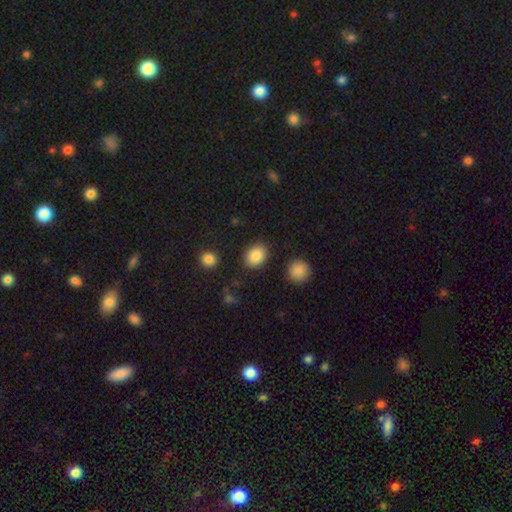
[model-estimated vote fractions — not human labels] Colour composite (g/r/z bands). It shows a smooth galaxy with no disk features (86%) that is in between round and cigar-shaped (54%). Merging: none (86%).